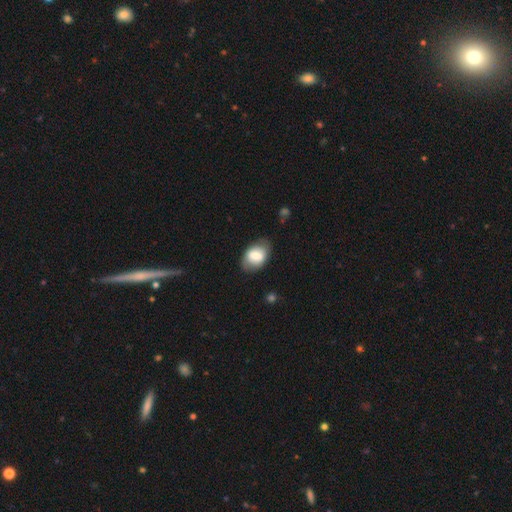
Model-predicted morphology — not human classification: A smooth galaxy with no disk features (71%) that is in between round and cigar-shaped (86%). Merging: none (74%).